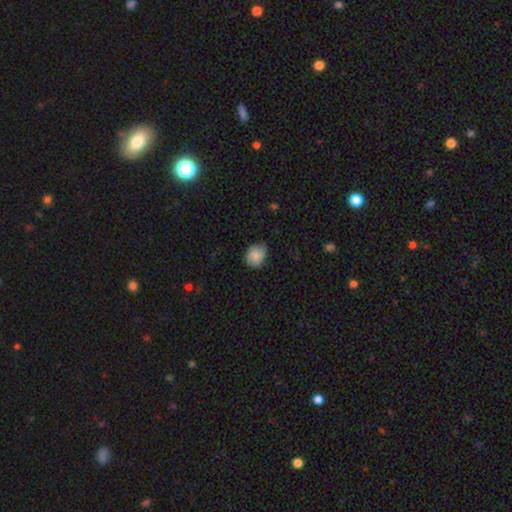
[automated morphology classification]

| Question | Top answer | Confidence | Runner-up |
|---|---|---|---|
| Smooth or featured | smooth | 79% | featured or disk (13%) |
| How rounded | in between | 53% | round (46%) |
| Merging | none | 63% | minor disturbance (31%) |